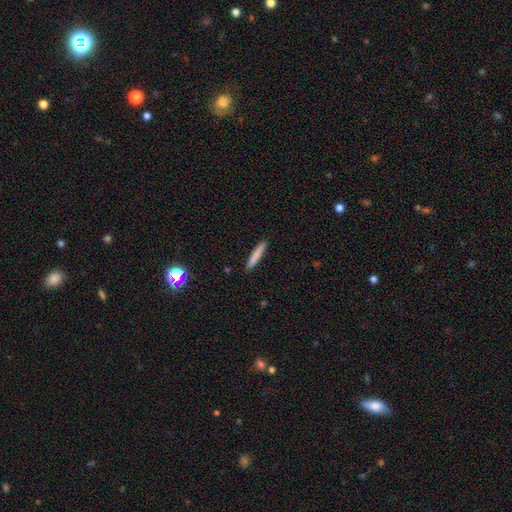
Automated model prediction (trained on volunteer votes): This is likely a smooth galaxy (80%). How rounded: clearly cigar-shaped (94%). Merging: clearly none (90%).